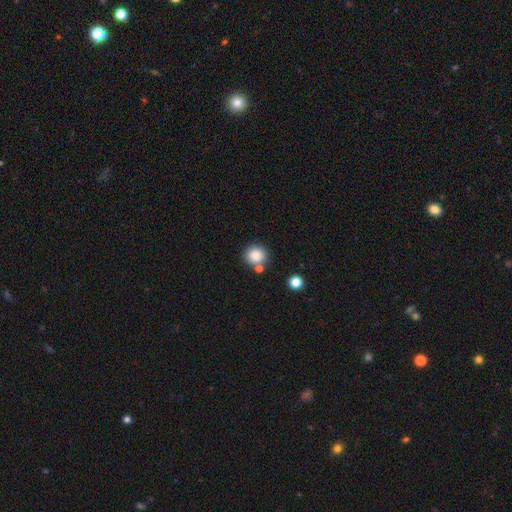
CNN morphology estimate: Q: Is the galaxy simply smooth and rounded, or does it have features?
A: smooth — 84%.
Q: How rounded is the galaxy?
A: round — 89%.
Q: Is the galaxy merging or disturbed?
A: none — 72%.